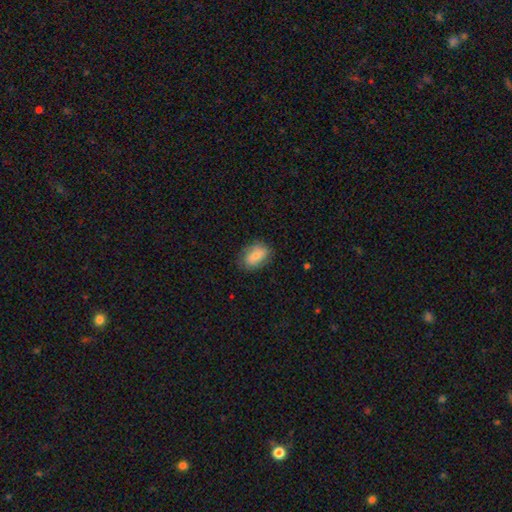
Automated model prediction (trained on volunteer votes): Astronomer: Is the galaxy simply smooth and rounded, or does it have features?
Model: smooth — 67%.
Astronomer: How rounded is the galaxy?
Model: in between — 80%.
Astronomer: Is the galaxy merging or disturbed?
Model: none — 76%.